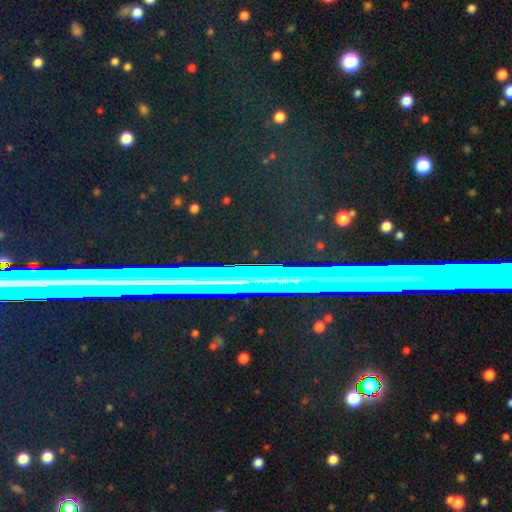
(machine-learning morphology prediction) The model was most divided on "smooth or featured": star or artifact: 73%, featured or disk: 15%, smooth: 11%.